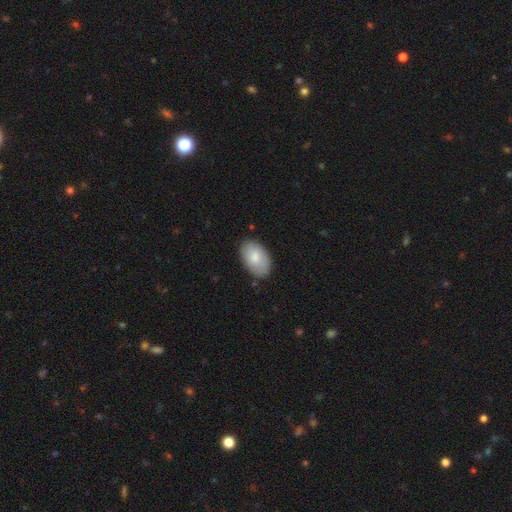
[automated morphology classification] A smooth galaxy with no disk features (81%) that is in between round and cigar-shaped (93%). Merging: none (82%).